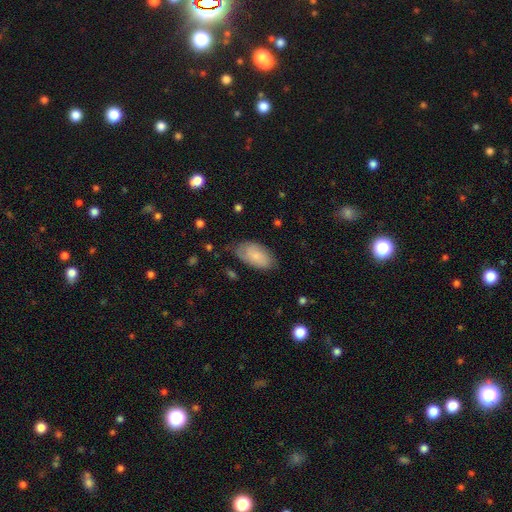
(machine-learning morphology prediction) Q: Smooth or featured?
A: smooth (68%); runner-up: featured or disk (25%)
Q: How rounded?
A: in between (94%); runner-up: round (4%)
Q: Merging?
A: none (67%); runner-up: minor disturbance (25%)